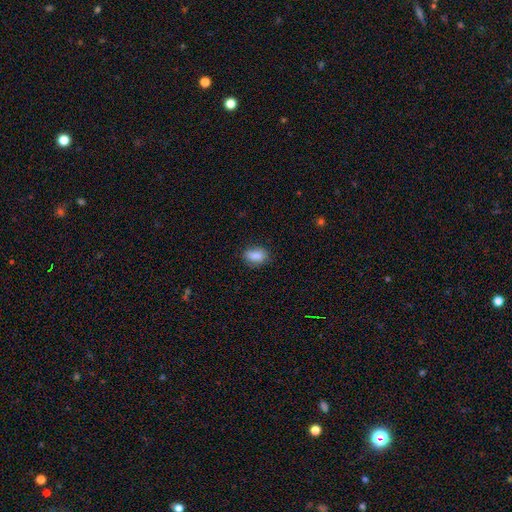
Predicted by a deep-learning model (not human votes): This appears to be a smooth galaxy with no disk features (86%) that is in between round and cigar-shaped (83%). Merging: none (78%).